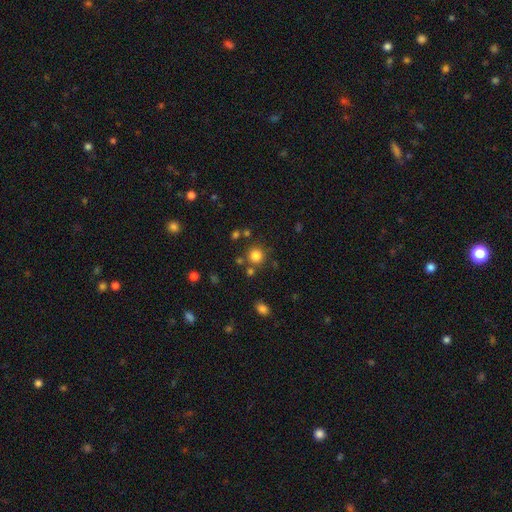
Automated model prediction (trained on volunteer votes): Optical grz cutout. It shows a smooth galaxy with no disk features (81%) that is round (92%). Merging: none (80%).